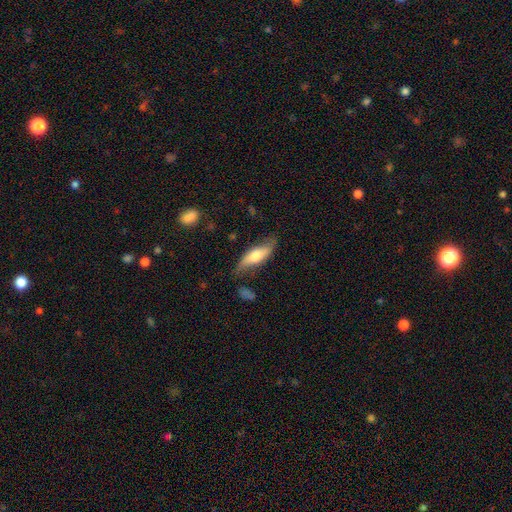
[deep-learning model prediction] A smooth galaxy with no disk features (50%). Merging: none (67%).